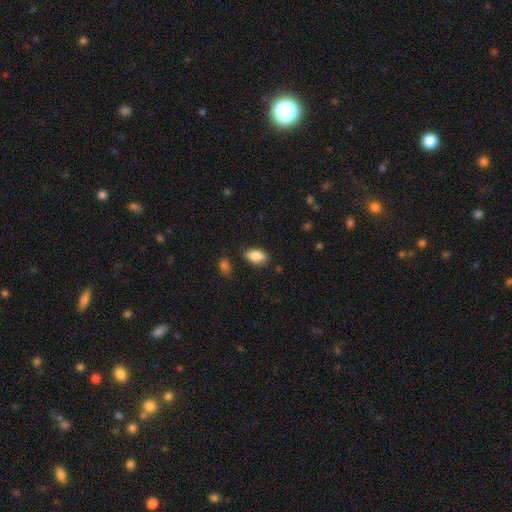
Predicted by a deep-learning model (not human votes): Smooth or featured: smooth — 86% (star or artifact — 7%)
How rounded: in between — 91% (round — 5%)
Merging: none — 82% (minor disturbance — 13%)